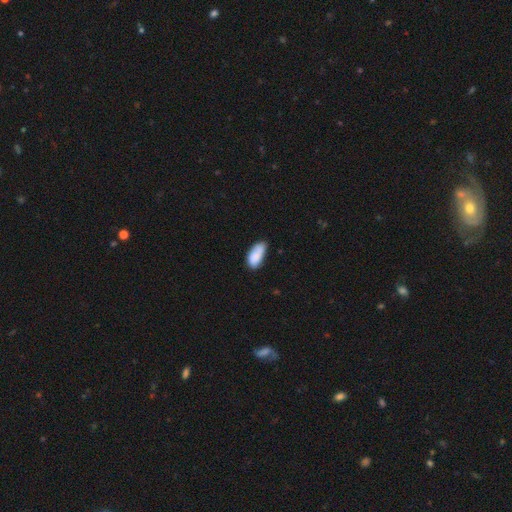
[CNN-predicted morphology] Overall: smooth (85%). How rounded: in between (90%). Merging: none (52%; minor disturbance 35%).